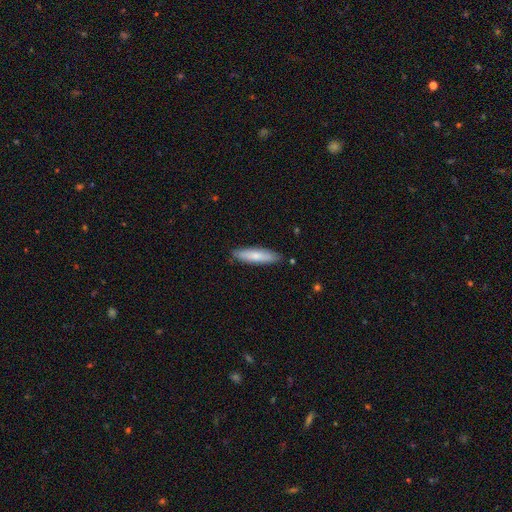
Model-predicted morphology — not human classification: Smooth or featured? smooth (75%)
How rounded? cigar-shaped (76%)
Merging? none (87%)